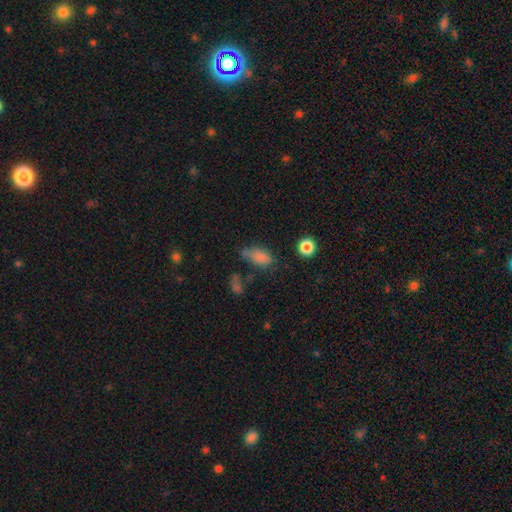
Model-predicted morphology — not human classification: The model was most divided on "merging": none: 48%, minor disturbance: 27%, major disturbance: 16%, merger: 10%. More confident: how rounded — in between (83%); smooth or featured — smooth (74%).